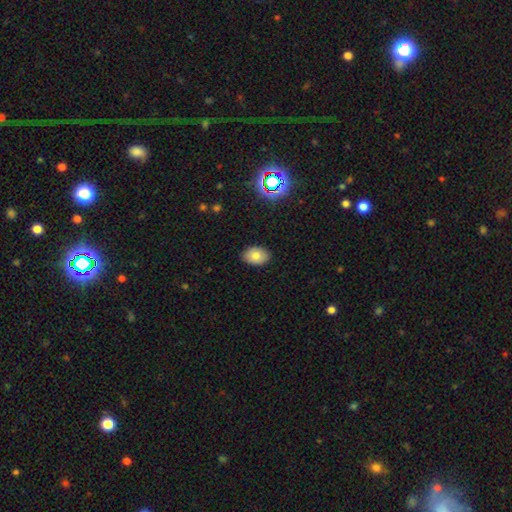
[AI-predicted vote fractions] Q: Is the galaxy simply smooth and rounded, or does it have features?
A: smooth — 76%.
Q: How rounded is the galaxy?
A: in between — 82%.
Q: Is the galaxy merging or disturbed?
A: none — 87%.